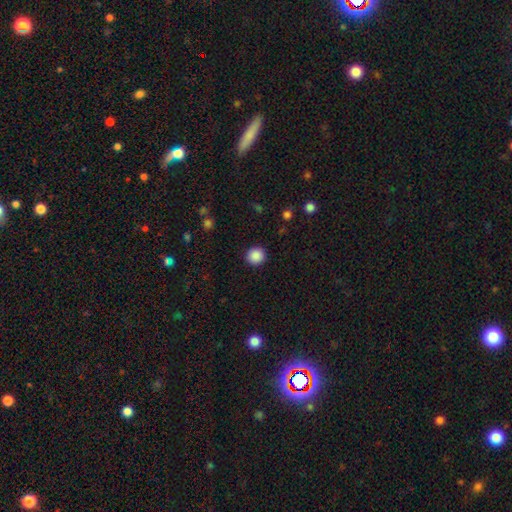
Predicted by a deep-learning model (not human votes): Smooth or featured? smooth (88%)
How rounded? round (93%)
Merging? none (92%)